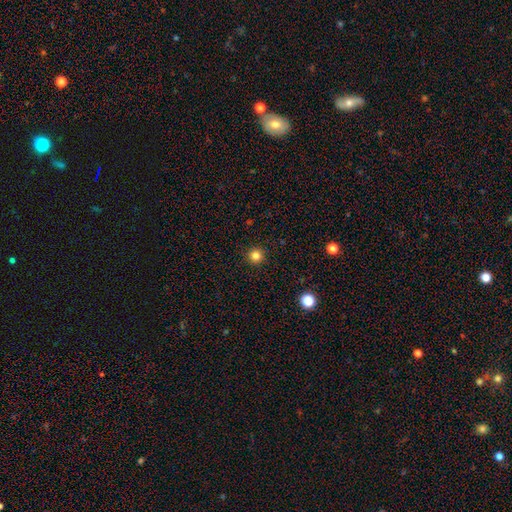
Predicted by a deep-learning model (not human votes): smooth 83%, star or artifact 13%, featured or disk 4%. Down the decision tree: how rounded — round (96%); merging — none (93%).